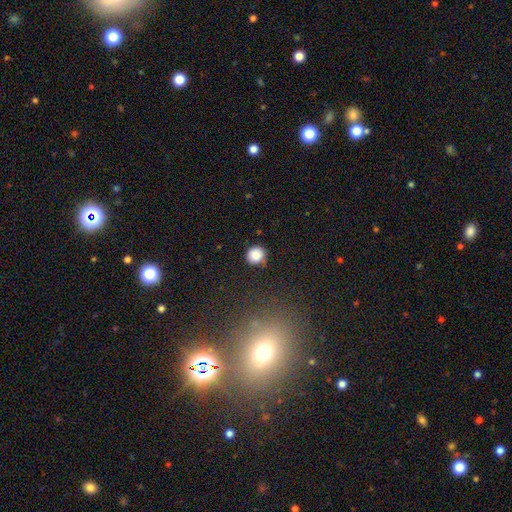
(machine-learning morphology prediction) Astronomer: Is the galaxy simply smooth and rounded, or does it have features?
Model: smooth — 85%.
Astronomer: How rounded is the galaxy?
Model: round — 90%.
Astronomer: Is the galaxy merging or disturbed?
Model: none — 83%.